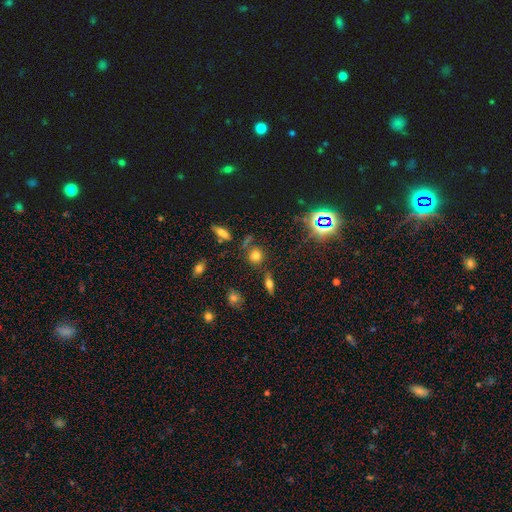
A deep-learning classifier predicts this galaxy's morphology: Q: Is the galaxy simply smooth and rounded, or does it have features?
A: smooth — 65%.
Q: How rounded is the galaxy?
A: round — 84%.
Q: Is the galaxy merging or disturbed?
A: none — 74%.